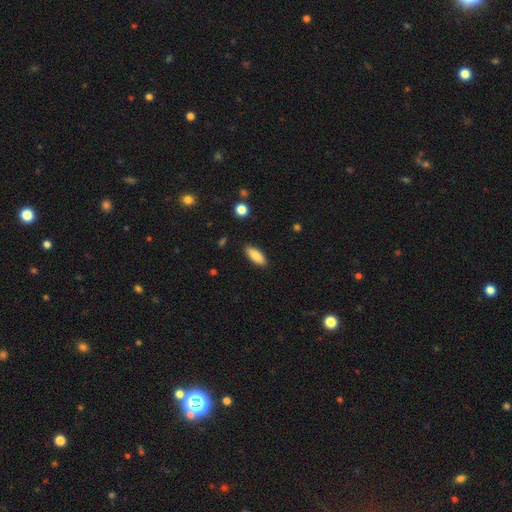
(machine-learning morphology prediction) Smooth or featured?
  - smooth: 85% *
  - featured or disk: 8%
  - star or artifact: 6%
How rounded?
  - in between: 75% *
  - cigar-shaped: 23%
  - round: 2%
Merging?
  - none: 88% *
  - minor disturbance: 9%
  - major disturbance: 2%
  - merger: 1%